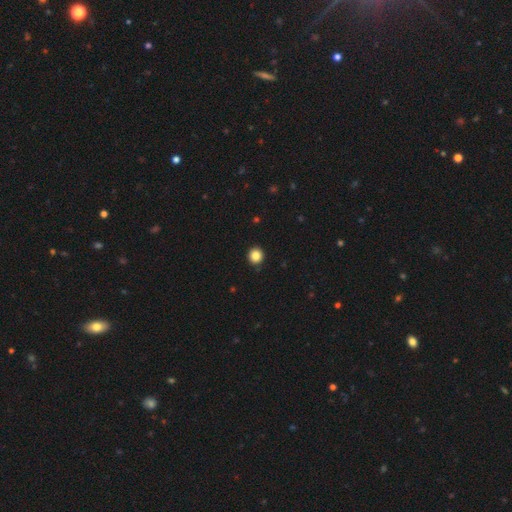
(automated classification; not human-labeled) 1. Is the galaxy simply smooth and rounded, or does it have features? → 86% smooth, 10% star or artifact, 4% featured or disk.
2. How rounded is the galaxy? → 91% round, 8% in between, 1% cigar-shaped.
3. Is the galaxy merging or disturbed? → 92% none, 6% minor disturbance, 2% major disturbance, 1% merger.